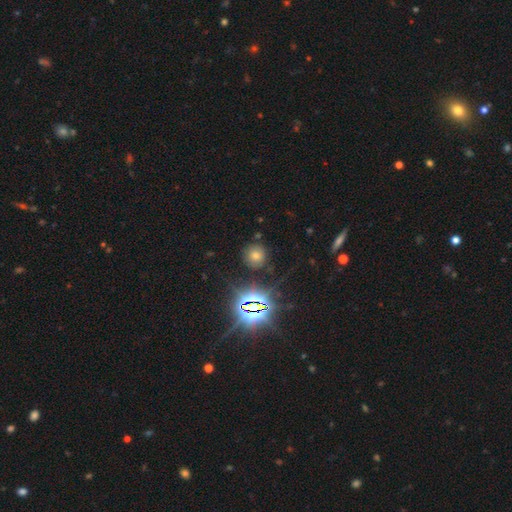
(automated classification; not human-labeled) The model was most divided on "smooth or featured": smooth: 50%, star or artifact: 38%, featured or disk: 12%. More confident: how rounded — round (89%); merging — none (84%).